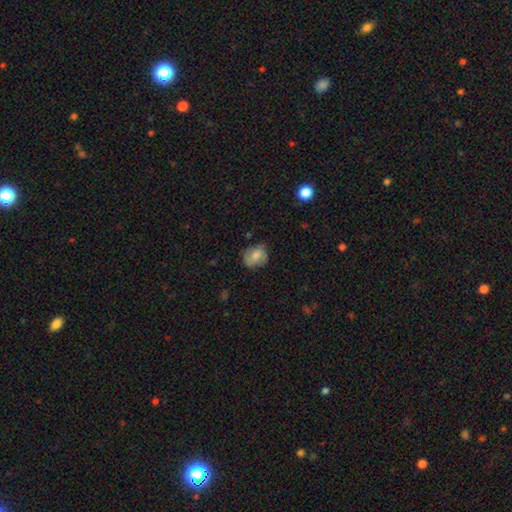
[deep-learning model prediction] Smooth or featured? Predicted: smooth (p=0.66). How rounded? Predicted: round (p=0.53). Merging? Predicted: none (p=0.67).